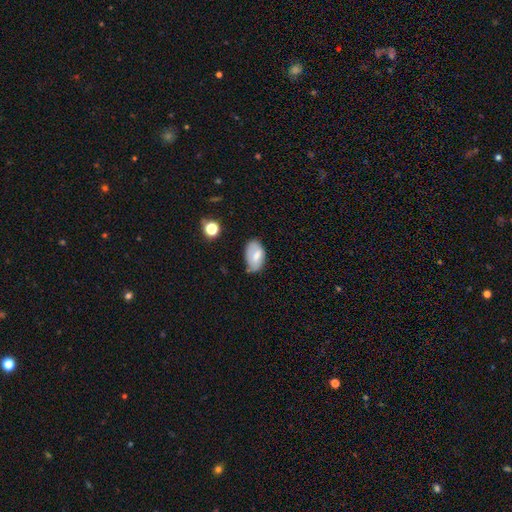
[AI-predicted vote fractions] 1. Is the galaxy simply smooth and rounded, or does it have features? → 72% smooth, 19% featured or disk, 8% star or artifact.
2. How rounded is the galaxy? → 93% in between, 5% round, 2% cigar-shaped.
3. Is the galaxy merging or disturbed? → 62% none, 29% minor disturbance, 6% major disturbance, 3% merger.